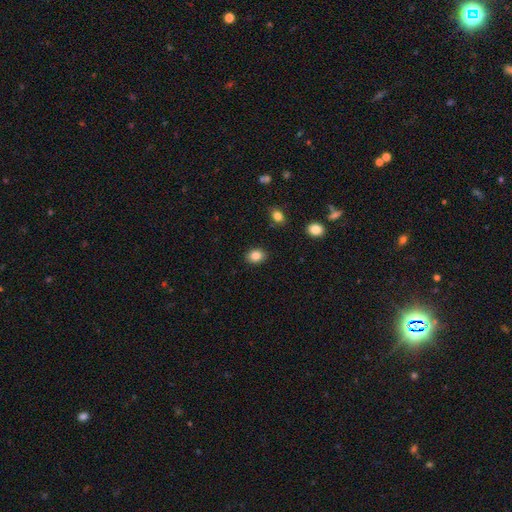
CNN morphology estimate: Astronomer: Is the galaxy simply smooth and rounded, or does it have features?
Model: smooth — 86%.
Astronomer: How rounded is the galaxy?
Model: in between — 62% (runner-up: round, 37%).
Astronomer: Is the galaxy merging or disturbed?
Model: none — 88%.